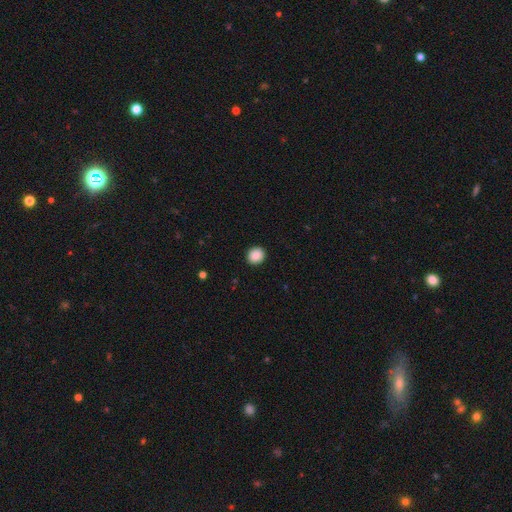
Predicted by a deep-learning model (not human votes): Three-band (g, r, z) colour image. It shows a smooth galaxy with no disk features (88%) that is round (83%). Merging: none (92%).